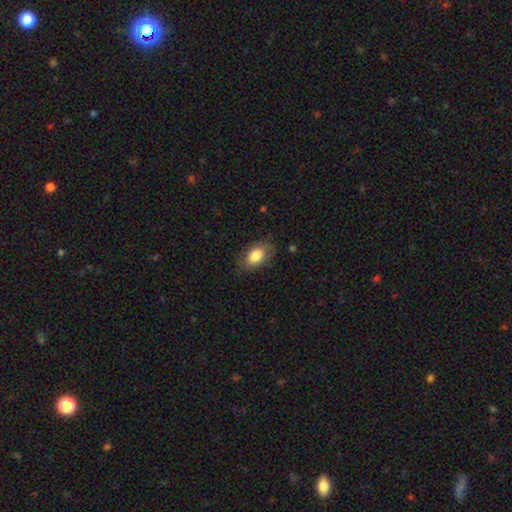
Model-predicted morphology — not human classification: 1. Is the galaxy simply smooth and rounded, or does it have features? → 82% smooth, 11% featured or disk, 7% star or artifact.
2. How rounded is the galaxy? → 90% in between, 8% round, 2% cigar-shaped.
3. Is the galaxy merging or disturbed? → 79% none, 16% minor disturbance, 4% major disturbance, 1% merger.